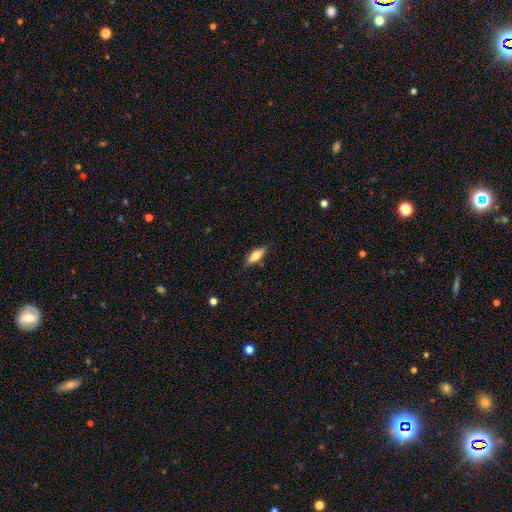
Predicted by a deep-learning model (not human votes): smooth-or-featured: smooth: 61% | featured or disk: 32% | star or artifact: 7%
  how-rounded: in between: 53% | cigar-shaped: 45% | round: 2%
  merging: none: 79% | minor disturbance: 16% | major disturbance: 3% | merger: 2%